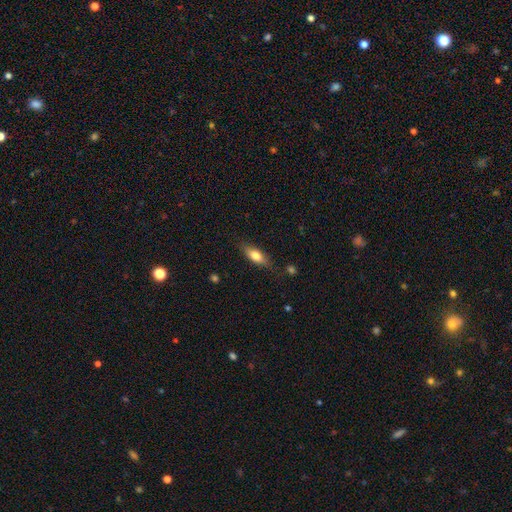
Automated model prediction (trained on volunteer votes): The model was most divided on "how rounded": in between: 66%, cigar-shaped: 31%, round: 3%. More confident: merging — none (78%); smooth or featured — smooth (70%).